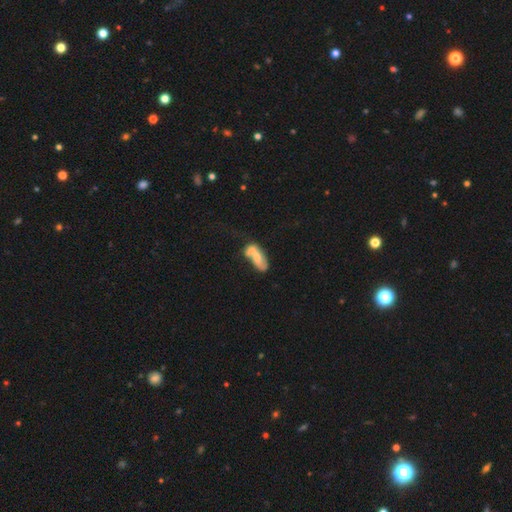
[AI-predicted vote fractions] smooth_or_featured: smooth (p=0.48) [alt: featured or disk p=0.44]
merging: merger (p=0.35) [alt: none p=0.32]